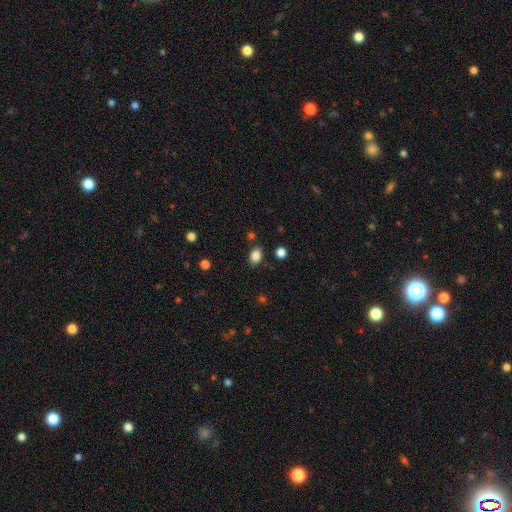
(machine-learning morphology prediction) The model was most divided on "how rounded": in between: 74%, round: 24%, cigar-shaped: 1%. More confident: smooth or featured — smooth (85%); merging — none (81%).